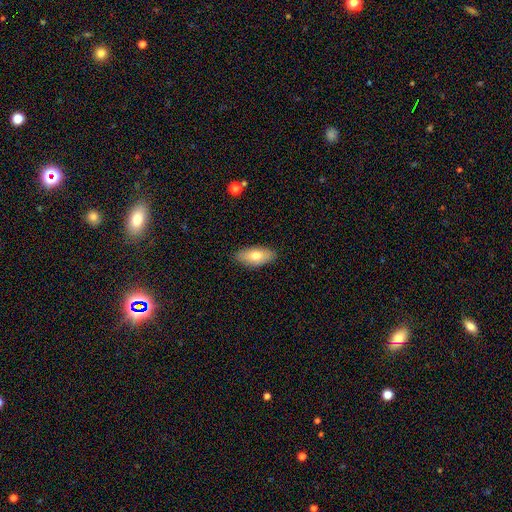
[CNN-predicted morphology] smooth-or-featured: smooth: 75% | featured or disk: 18% | star or artifact: 6%
  how-rounded: in between: 87% | cigar-shaped: 10% | round: 3%
  merging: none: 88% | minor disturbance: 9% | major disturbance: 2% | merger: 1%